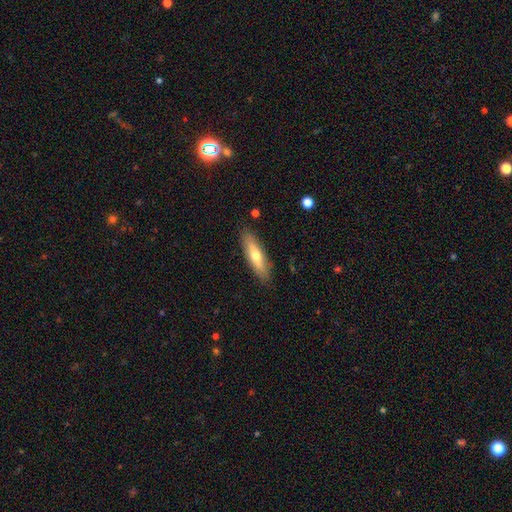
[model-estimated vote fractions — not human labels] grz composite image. It shows a smooth galaxy with no disk features (57%) that is cigar-shaped (65%). Merging: none (87%).